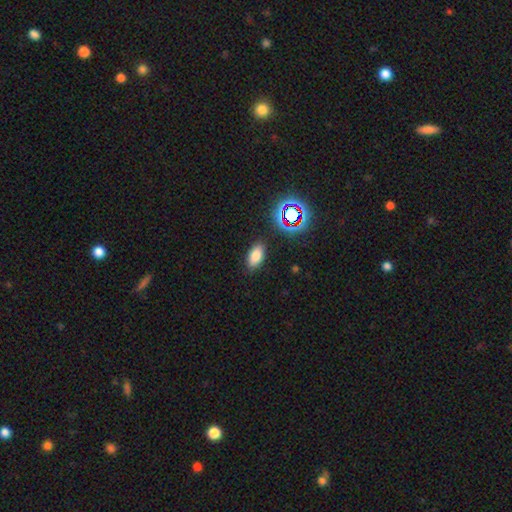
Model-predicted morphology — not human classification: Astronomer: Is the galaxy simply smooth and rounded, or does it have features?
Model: smooth — 76%.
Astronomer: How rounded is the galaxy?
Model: in between — 89%.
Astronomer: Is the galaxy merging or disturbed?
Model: none — 87%.